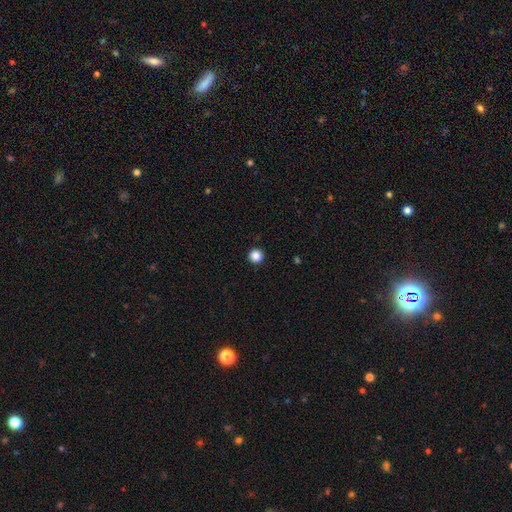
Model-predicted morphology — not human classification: Overall: smooth (86%). How rounded: round (97%). Merging: none (94%).